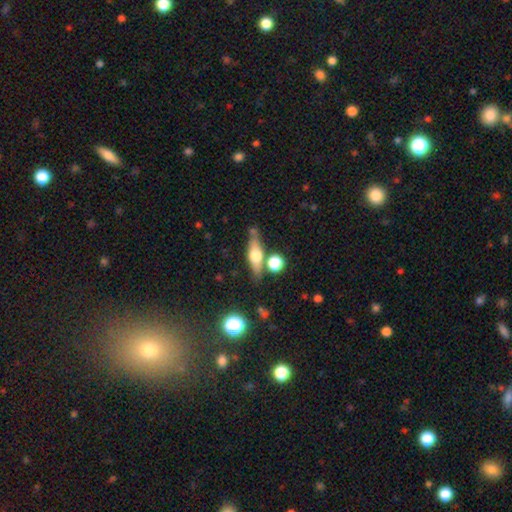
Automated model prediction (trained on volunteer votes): A featured or disk galaxy (48%).

Vote fractions:
- Smooth or featured? featured or disk: 48% / smooth: 43% / star or artifact: 9%
- Merging? none: 71% / minor disturbance: 13% / merger: 12% / major disturbance: 4%